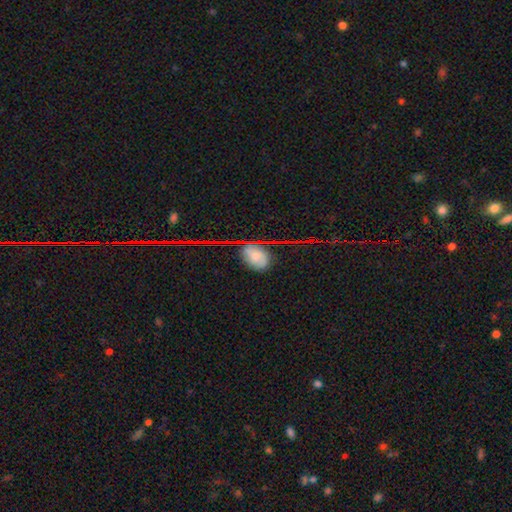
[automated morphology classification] smooth 55%, star or artifact 23%, featured or disk 22%. Down the decision tree: how rounded — in between (73%); merging — none (74%).